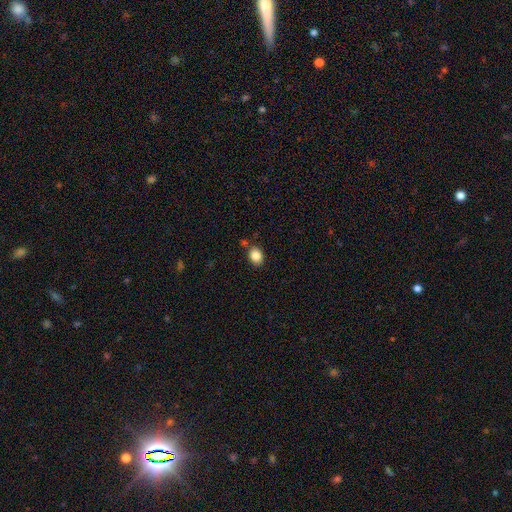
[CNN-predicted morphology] Smooth or featured: smooth — 85% (star or artifact — 9%)
How rounded: in between — 56% (round — 43%)
Merging: none — 78% (minor disturbance — 12%)